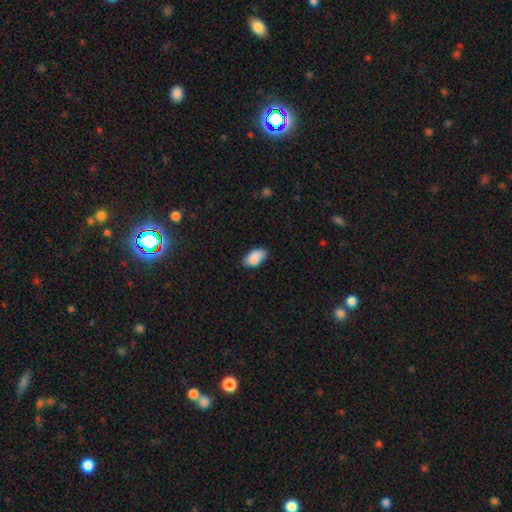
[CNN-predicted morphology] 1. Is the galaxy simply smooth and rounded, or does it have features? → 88% smooth, 7% star or artifact, 5% featured or disk.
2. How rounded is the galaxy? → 94% in between, 4% round, 2% cigar-shaped.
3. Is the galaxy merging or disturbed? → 75% none, 20% minor disturbance, 3% major disturbance, 2% merger.